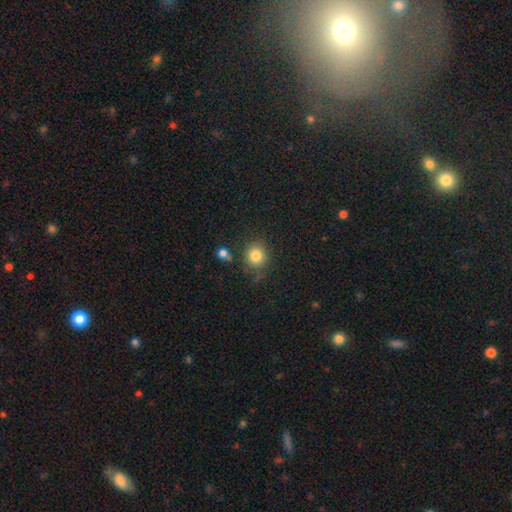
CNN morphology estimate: Smooth or featured: smooth — 83% (star or artifact — 11%)
How rounded: round — 81% (in between — 18%)
Merging: none — 75% (minor disturbance — 14%)